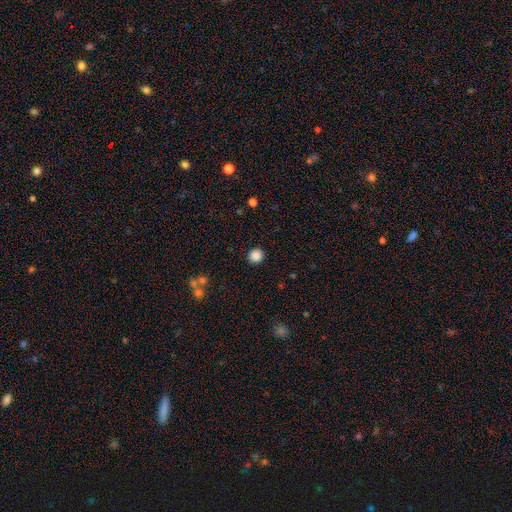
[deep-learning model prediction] This appears to be a smooth galaxy with no disk features (87%) that is round (92%). Merging: none (91%).